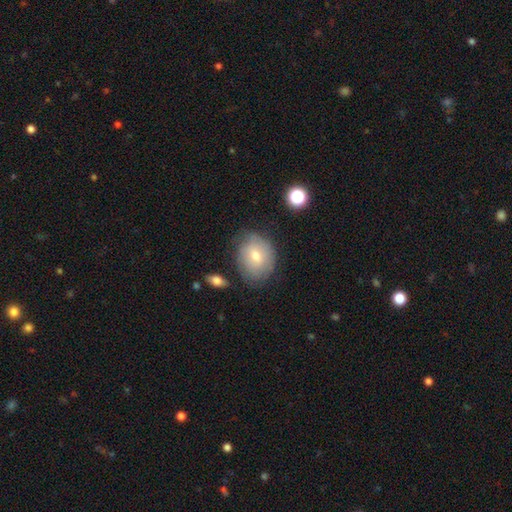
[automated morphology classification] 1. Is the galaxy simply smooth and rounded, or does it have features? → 62% smooth, 29% featured or disk, 9% star or artifact.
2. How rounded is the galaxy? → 54% round, 45% in between, 1% cigar-shaped.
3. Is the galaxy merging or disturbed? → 67% none, 24% minor disturbance, 6% major disturbance, 3% merger.